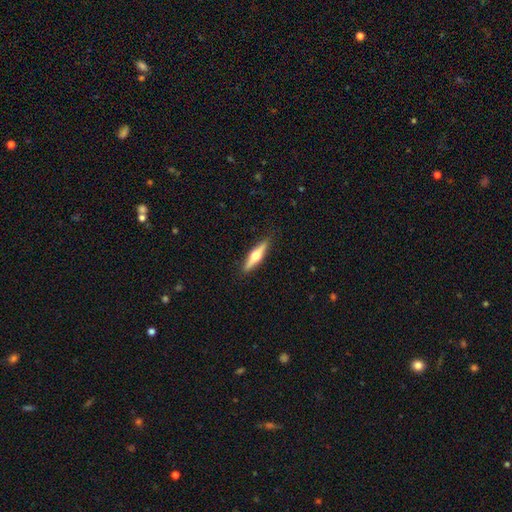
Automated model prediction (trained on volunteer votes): Smooth or featured? featured or disk (61%)
Edge-on disk? yes (97%)
Edge-on bulge? rounded (95%)
Merging? none (90%)